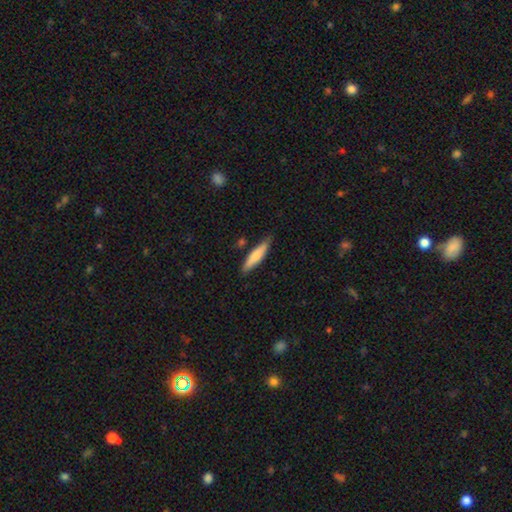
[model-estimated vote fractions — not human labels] Overall: smooth (70%). How rounded: cigar-shaped (82%). Merging: none (82%).